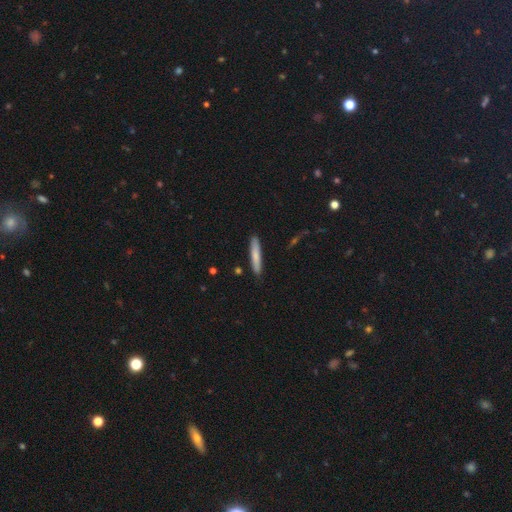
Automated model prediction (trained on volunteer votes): smooth_or_featured: smooth (p=0.78) [alt: featured or disk p=0.17]
how_rounded: cigar-shaped (p=0.91) [alt: in between p=0.07]
merging: none (p=0.88) [alt: minor disturbance p=0.09]